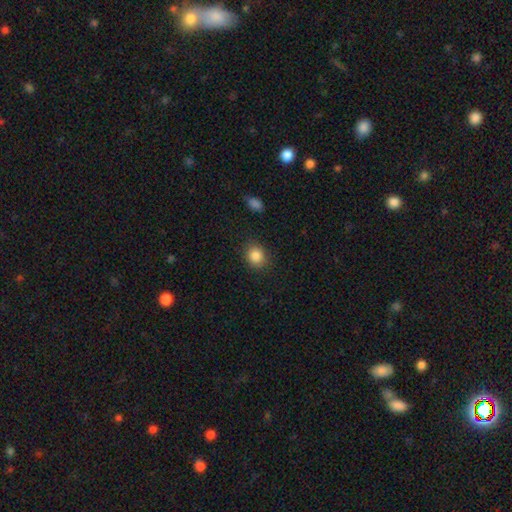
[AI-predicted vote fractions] A smooth galaxy with no disk features (86%) that is round (72%).

Vote fractions:
- Smooth or featured? smooth: 86% / star or artifact: 9% / featured or disk: 5%
- How rounded? round: 72% / in between: 28% / cigar-shaped: 1%
- Merging? none: 86% / minor disturbance: 10% / major disturbance: 3% / merger: 1%